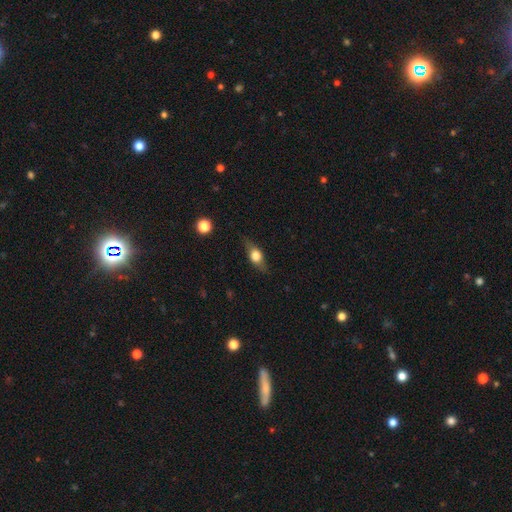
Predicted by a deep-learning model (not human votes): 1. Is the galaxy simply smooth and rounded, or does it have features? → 55% smooth, 37% featured or disk, 8% star or artifact.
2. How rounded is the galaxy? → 62% in between, 21% cigar-shaped, 16% round.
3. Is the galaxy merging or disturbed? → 79% none, 16% minor disturbance, 4% major disturbance, 1% merger.